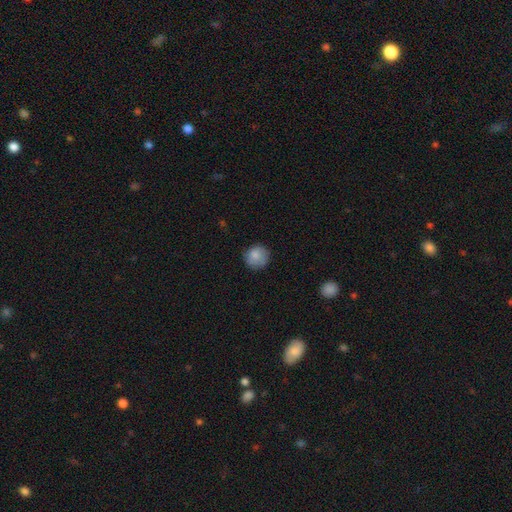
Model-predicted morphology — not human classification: Q: Smooth or featured?
A: smooth (85%); runner-up: star or artifact (8%)
Q: How rounded?
A: round (92%); runner-up: in between (7%)
Q: Merging?
A: none (84%); runner-up: minor disturbance (13%)